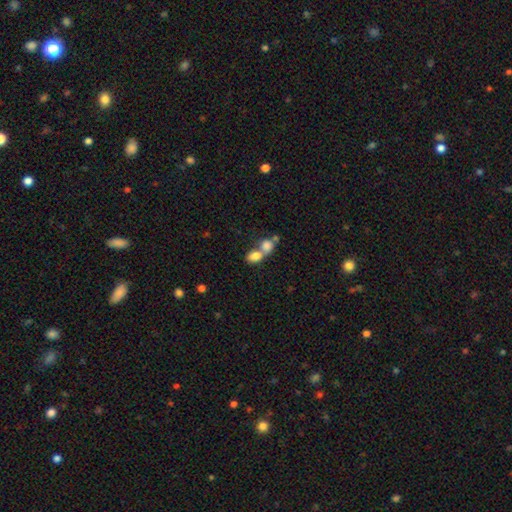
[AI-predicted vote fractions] smooth_or_featured: smooth (p=0.79) [alt: featured or disk p=0.12]
how_rounded: in between (p=0.73) [alt: round p=0.25]
merging: merger (p=0.69) [alt: none p=0.21]